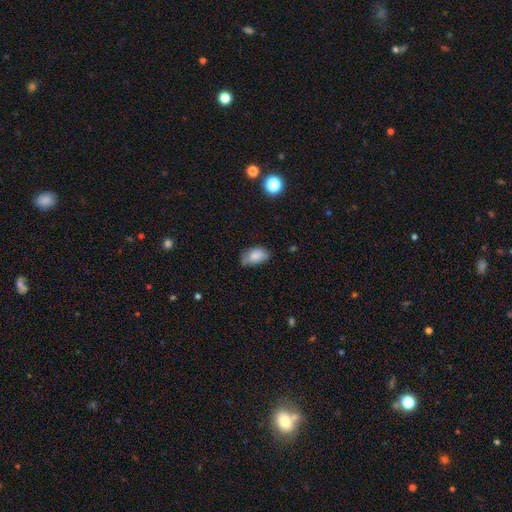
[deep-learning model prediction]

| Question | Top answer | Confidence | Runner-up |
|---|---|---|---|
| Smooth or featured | smooth | 83% | featured or disk (9%) |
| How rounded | in between | 88% | round (11%) |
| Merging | none | 59% | minor disturbance (32%) |